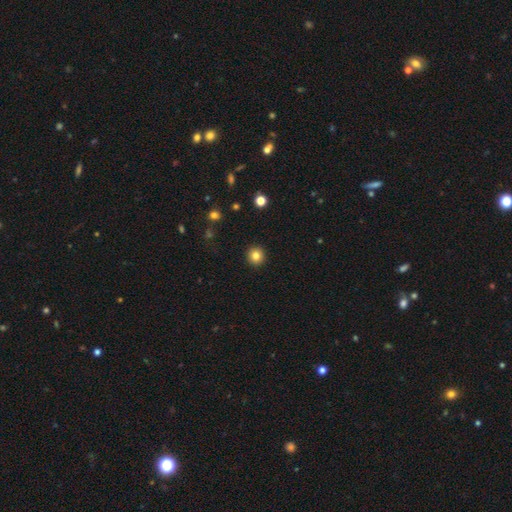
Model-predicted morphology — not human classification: Smooth or featured? smooth (82%)
How rounded? round (94%)
Merging? none (93%)